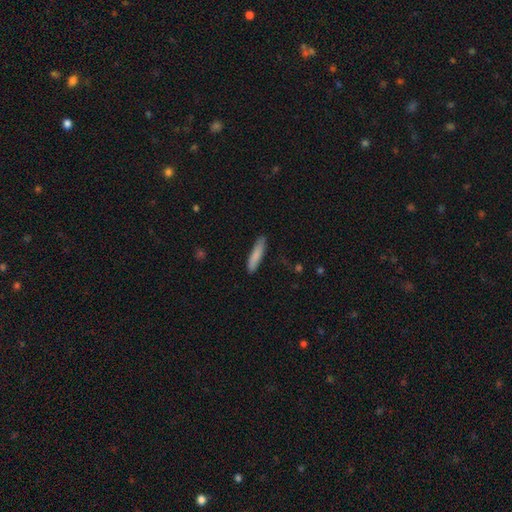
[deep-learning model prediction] Smooth or featured: smooth — 83% (featured or disk — 11%)
How rounded: cigar-shaped — 85% (in between — 14%)
Merging: none — 85% (minor disturbance — 11%)